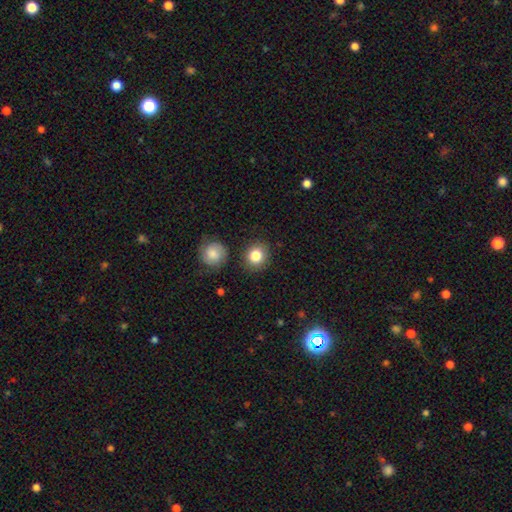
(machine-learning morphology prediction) A smooth galaxy with no disk features (83%) that is round (80%).

Vote fractions:
- Smooth or featured? smooth: 83% / star or artifact: 10% / featured or disk: 7%
- How rounded? round: 80% / in between: 19% / cigar-shaped: 1%
- Merging? none: 84% / minor disturbance: 9% / merger: 4% / major disturbance: 3%